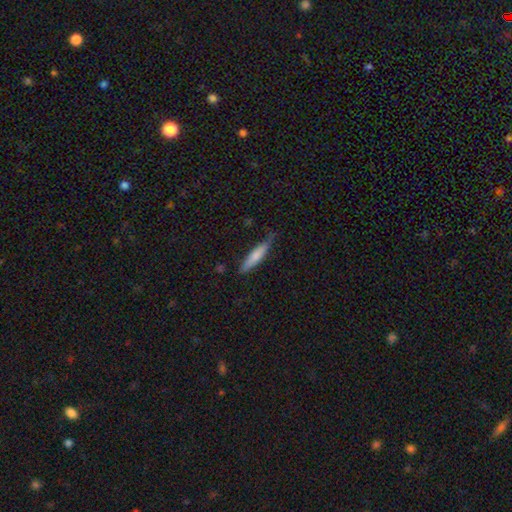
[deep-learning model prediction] This is likely a smooth galaxy (72%). How rounded: clearly cigar-shaped (85%). Merging: likely none (69%).